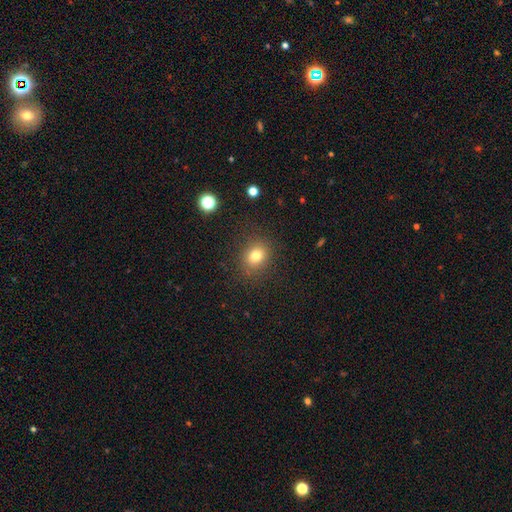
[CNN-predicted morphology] This appears to be a smooth galaxy with no disk features (78%) that is round (68%). Merging: none (85%).